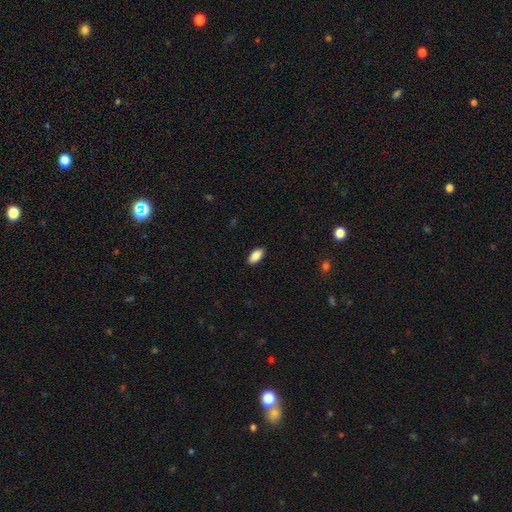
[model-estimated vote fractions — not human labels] Overall: smooth (88%). How rounded: in between (92%). Merging: none (89%).